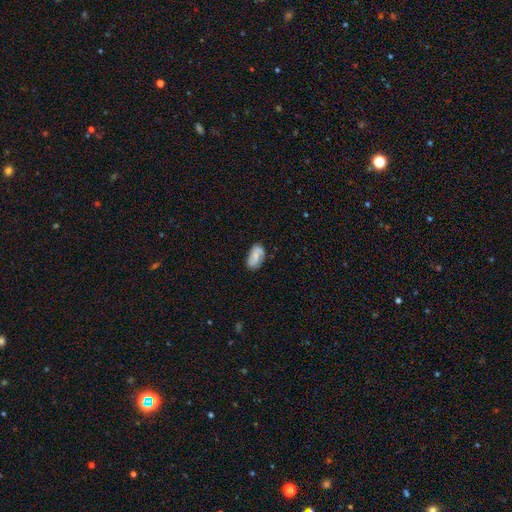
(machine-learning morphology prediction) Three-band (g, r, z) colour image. It shows a smooth galaxy with no disk features (53%) that is in between round and cigar-shaped (91%). Merging: none (69%).